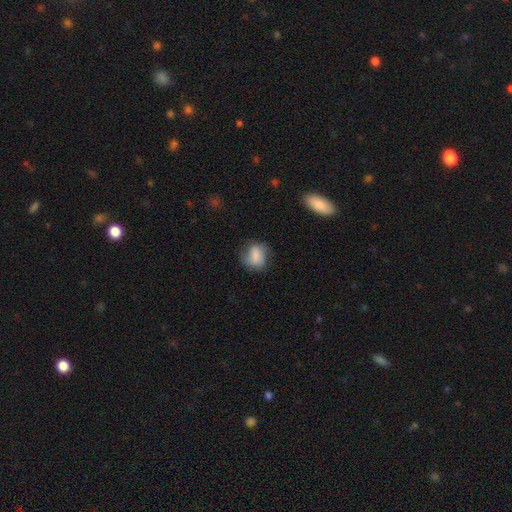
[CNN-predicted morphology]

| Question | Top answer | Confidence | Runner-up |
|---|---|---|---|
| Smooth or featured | smooth | 75% | featured or disk (16%) |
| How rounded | round | 53% | in between (46%) |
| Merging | none | 61% | minor disturbance (27%) |